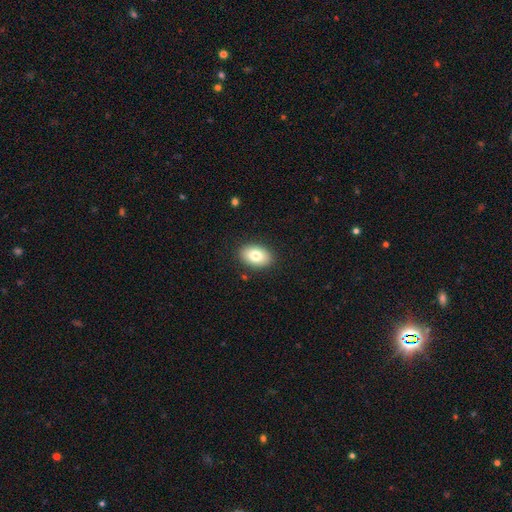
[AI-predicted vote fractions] A smooth galaxy with no disk features (80%) that is in between round and cigar-shaped (86%).

Vote fractions:
- Smooth or featured? smooth: 80% / featured or disk: 12% / star or artifact: 8%
- How rounded? in between: 86% / round: 13% / cigar-shaped: 1%
- Merging? none: 88% / minor disturbance: 9% / major disturbance: 2% / merger: 1%